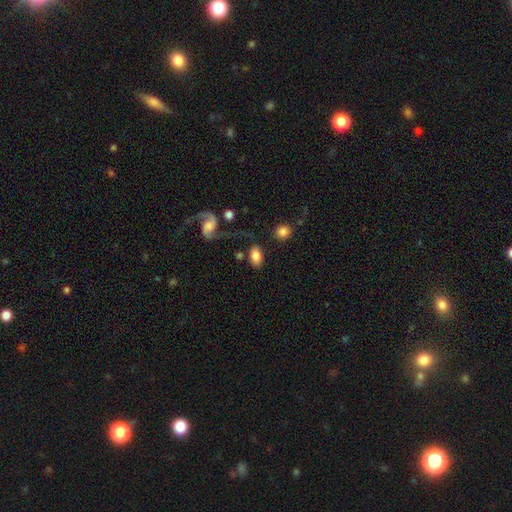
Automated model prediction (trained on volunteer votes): smooth-or-featured: smooth: 78% | featured or disk: 15% | star or artifact: 6%
  how-rounded: in between: 91% | round: 8% | cigar-shaped: 2%
  merging: none: 71% | minor disturbance: 14% | merger: 8% | major disturbance: 7%